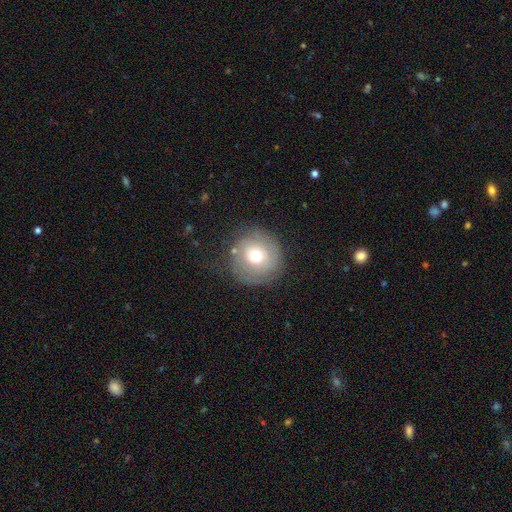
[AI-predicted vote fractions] Smooth or featured: smooth — 58% (featured or disk — 33%)
How rounded: round — 93% (in between — 6%)
Merging: none — 75% (minor disturbance — 15%)